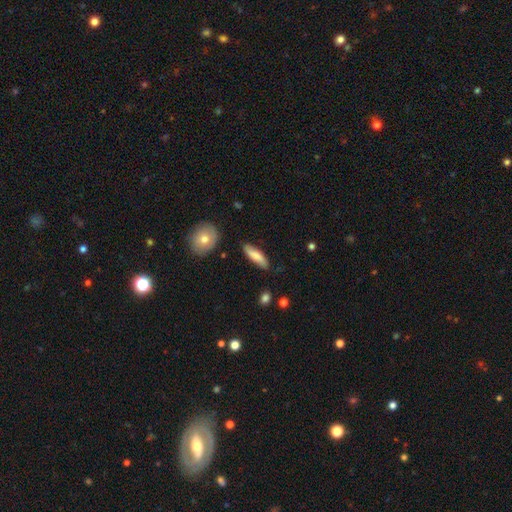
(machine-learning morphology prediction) smooth 73%, featured or disk 21%, star or artifact 6%. Down the decision tree: how rounded — cigar-shaped (59%); merging — none (82%).